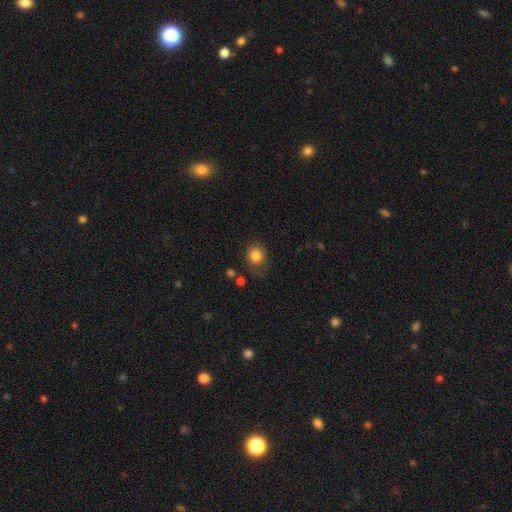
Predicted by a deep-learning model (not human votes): Smooth or featured?
  - smooth: 83% *
  - star or artifact: 9%
  - featured or disk: 7%
How rounded?
  - round: 63% *
  - in between: 36%
  - cigar-shaped: 1%
Merging?
  - none: 68% *
  - minor disturbance: 21%
  - major disturbance: 8%
  - merger: 3%